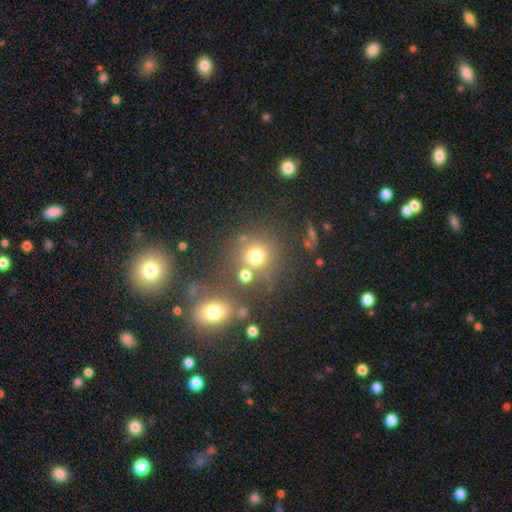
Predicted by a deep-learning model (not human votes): This appears to be a smooth galaxy with no disk features (71%) that is round (88%). Merging: none (63%).